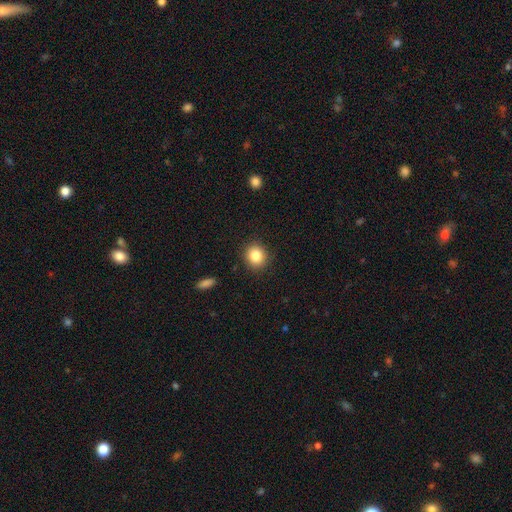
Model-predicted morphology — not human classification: The model was most divided on "how rounded": round: 81%, in between: 18%, cigar-shaped: 1%. More confident: merging — none (89%); smooth or featured — smooth (84%).